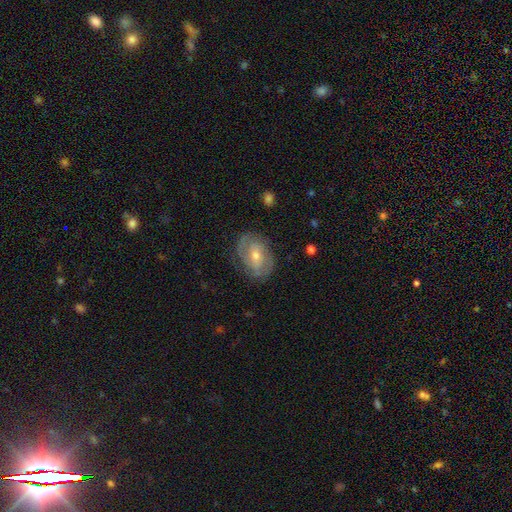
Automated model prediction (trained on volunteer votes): This is likely a featured or disk galaxy (69%). It is clearly not viewed edge-on (96%). Bar: marginally weak (42%). Spiral arm pattern: likely yes (79%). Spiral arm count: possibly 2 (57%). Spiral winding: possibly tight (51%). Central bulge: possibly moderate (55%). Merging: likely none (75%).